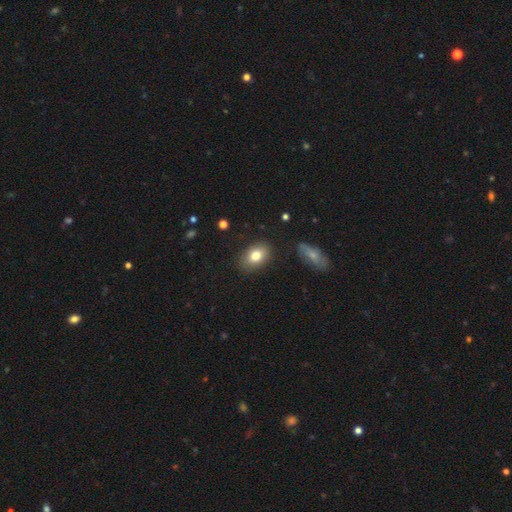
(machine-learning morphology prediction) The model was most divided on "how rounded": in between: 79%, round: 20%, cigar-shaped: 1%. More confident: merging — none (84%); smooth or featured — smooth (80%).